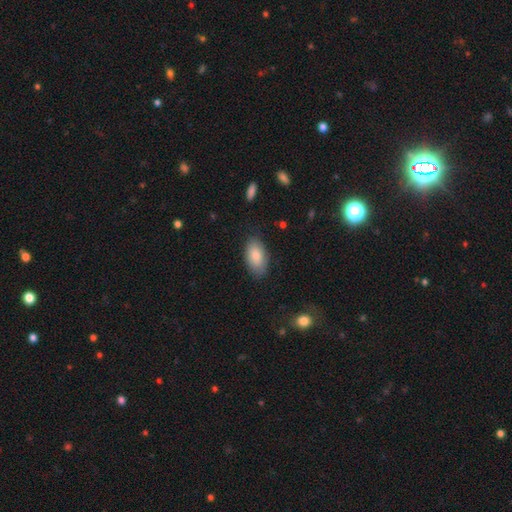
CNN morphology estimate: smooth_or_featured: smooth (p=0.84) [alt: featured or disk p=0.10]
how_rounded: in between (p=0.94) [alt: round p=0.04]
merging: none (p=0.82) [alt: minor disturbance p=0.14]